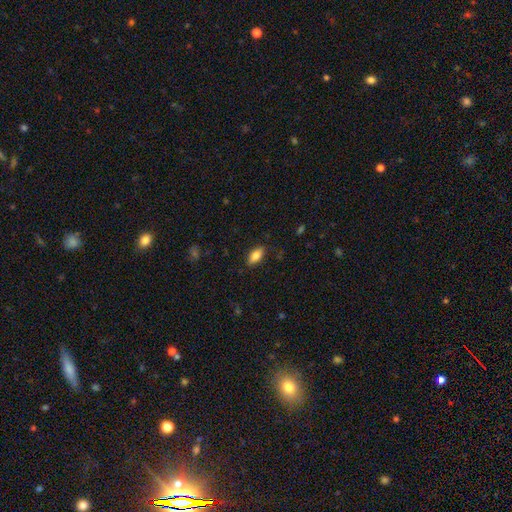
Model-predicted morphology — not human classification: Q: Smooth or featured?
A: smooth (79%); runner-up: featured or disk (14%)
Q: How rounded?
A: in between (87%); runner-up: cigar-shaped (10%)
Q: Merging?
A: none (85%); runner-up: minor disturbance (11%)